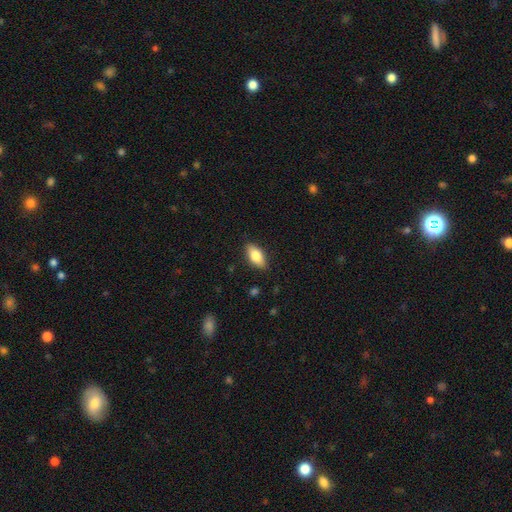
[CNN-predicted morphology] Q: Smooth or featured?
A: smooth (78%); runner-up: featured or disk (16%)
Q: How rounded?
A: in between (87%); runner-up: cigar-shaped (10%)
Q: Merging?
A: none (87%); runner-up: minor disturbance (10%)